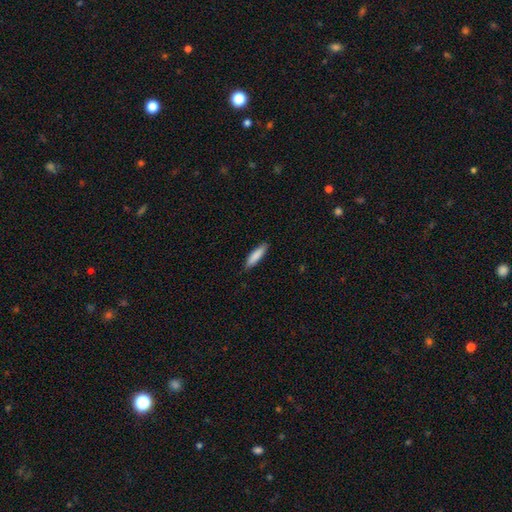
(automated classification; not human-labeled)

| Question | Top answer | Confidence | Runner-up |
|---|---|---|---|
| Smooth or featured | smooth | 86% | featured or disk (9%) |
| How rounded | cigar-shaped | 76% | in between (23%) |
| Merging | none | 88% | minor disturbance (9%) |